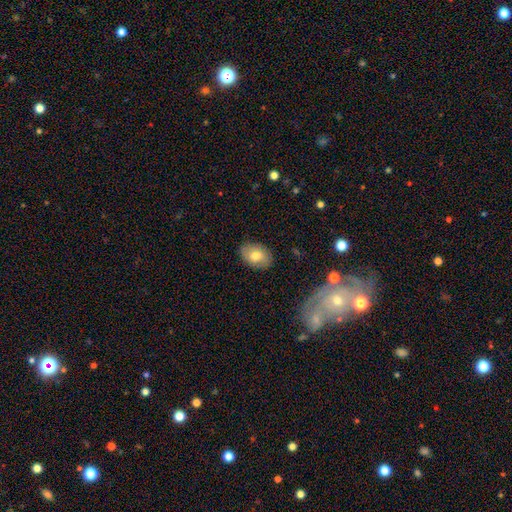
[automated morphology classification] type=smooth (74%); roundness=in between (84%); merging=none (85%).